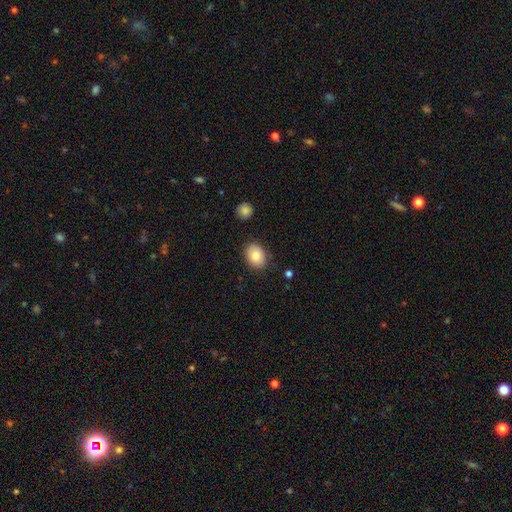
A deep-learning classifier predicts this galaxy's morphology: Q: Smooth or featured?
A: smooth (78%); runner-up: featured or disk (13%)
Q: How rounded?
A: in between (58%); runner-up: round (41%)
Q: Merging?
A: none (86%); runner-up: minor disturbance (10%)